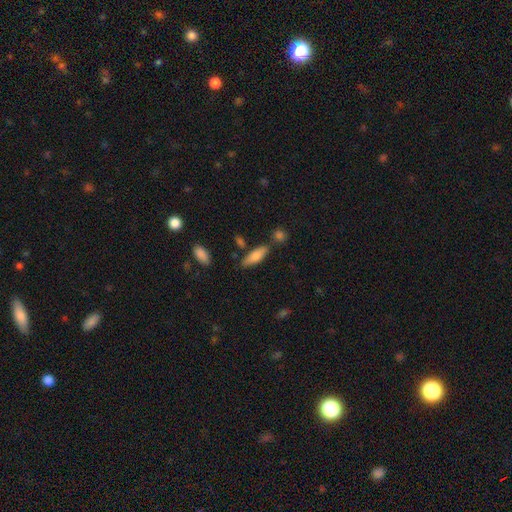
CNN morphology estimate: smooth-or-featured: smooth: 74% | featured or disk: 20% | star or artifact: 6%
  how-rounded: in between: 56% | cigar-shaped: 42% | round: 2%
  merging: none: 74% | minor disturbance: 14% | merger: 8% | major disturbance: 3%